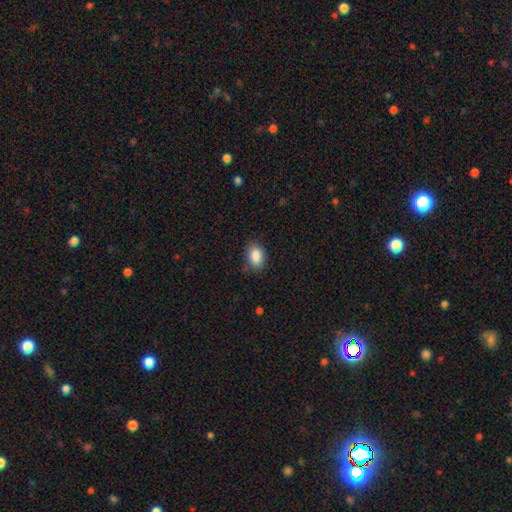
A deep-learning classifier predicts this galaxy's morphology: A smooth galaxy with no disk features (87%) that is in between round and cigar-shaped (81%).

Vote fractions:
- Smooth or featured? smooth: 87% / star or artifact: 8% / featured or disk: 4%
- How rounded? in between: 81% / round: 18% / cigar-shaped: 1%
- Merging? none: 77% / minor disturbance: 17% / major disturbance: 4% / merger: 2%